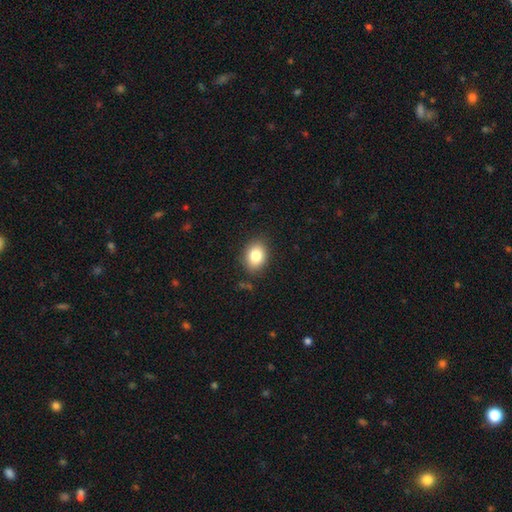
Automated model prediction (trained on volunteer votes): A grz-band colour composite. It shows a smooth galaxy with no disk features (83%) that is in between round and cigar-shaped (65%). Merging: none (85%).